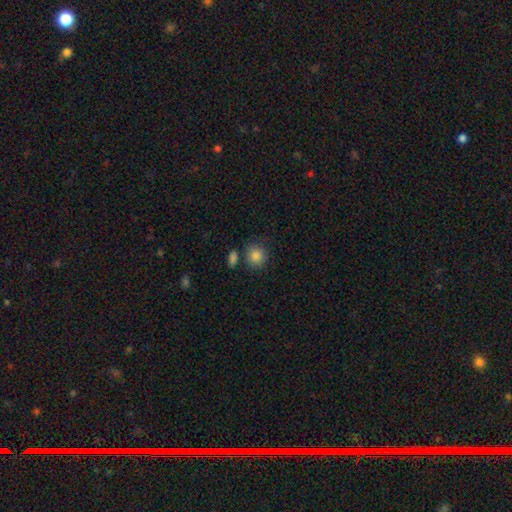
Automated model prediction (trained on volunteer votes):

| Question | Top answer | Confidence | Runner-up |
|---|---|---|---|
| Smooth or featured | smooth | 86% | star or artifact (9%) |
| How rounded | round | 83% | in between (16%) |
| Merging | none | 75% | minor disturbance (12%) |